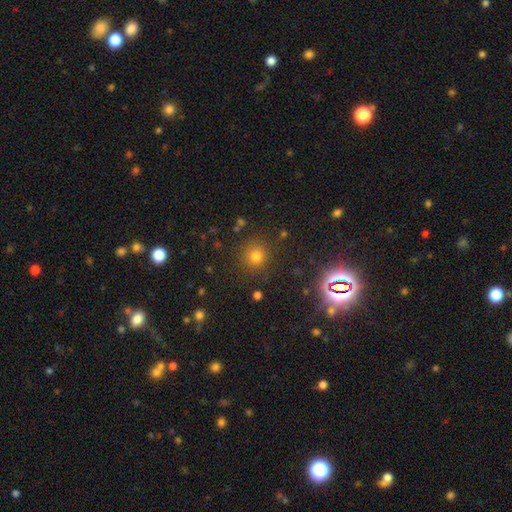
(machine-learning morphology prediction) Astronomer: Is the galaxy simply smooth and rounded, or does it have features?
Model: smooth — 70%.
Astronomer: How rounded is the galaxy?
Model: round — 92%.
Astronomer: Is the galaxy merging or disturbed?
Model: none — 87%.